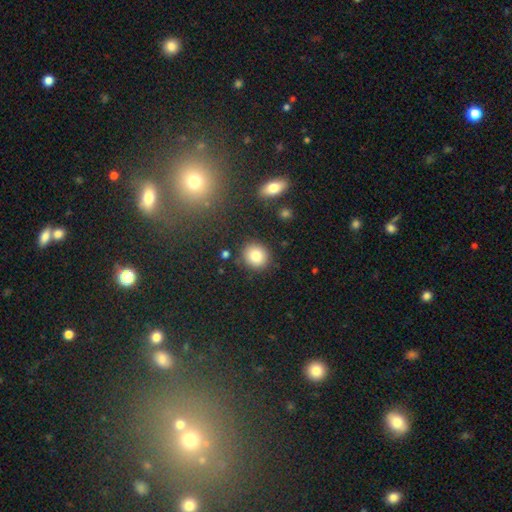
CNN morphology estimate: Overall: smooth (84%). How rounded: round (77%). Merging: none (85%).